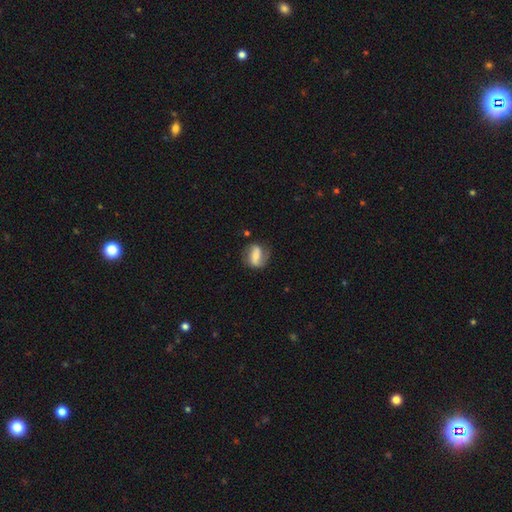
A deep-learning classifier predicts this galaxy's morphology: Smooth or featured?
  - featured or disk: 55% *
  - smooth: 38%
  - star or artifact: 7%
Edge-on disk?
  - no: 94% *
  - yes: 6%
Bar?
  - strong: 48% *
  - weak: 31%
  - no: 21%
Spiral arms?
  - yes: 81% *
  - no: 19%
Bulge size?
  - small: 42% *
  - moderate: 37%
  - none: 11%
  - large: 8%
  - dominant: 2%
Merging?
  - none: 68% *
  - minor disturbance: 21%
  - major disturbance: 9%
  - merger: 2%